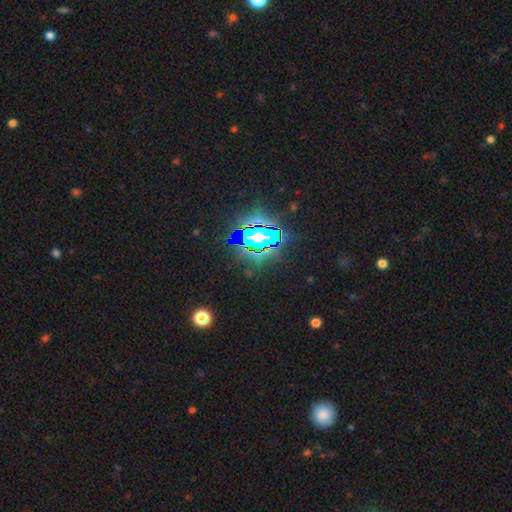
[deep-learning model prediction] Morphology: type=star or artifact (83%).